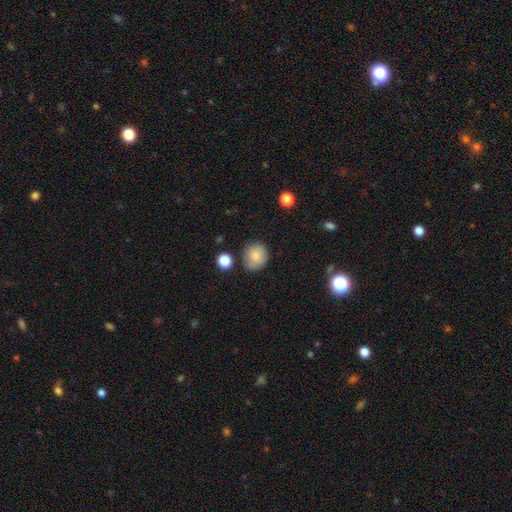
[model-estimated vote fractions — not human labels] This appears to be a smooth galaxy with no disk features (81%) that is round (77%). Merging: none (72%).